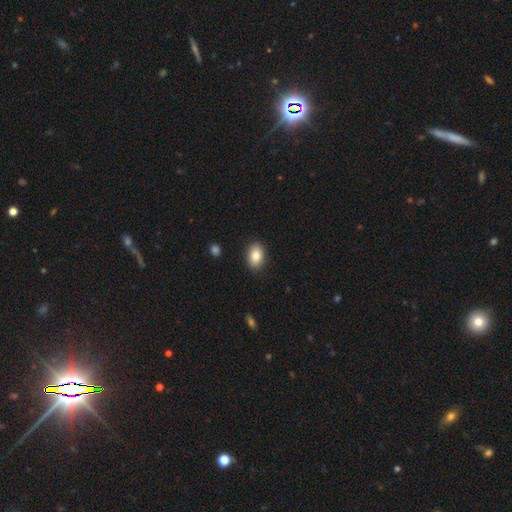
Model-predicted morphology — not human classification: smooth-or-featured: smooth: 84% | featured or disk: 8% | star or artifact: 8%
  how-rounded: in between: 85% | round: 14% | cigar-shaped: 1%
  merging: none: 89% | minor disturbance: 8% | major disturbance: 2% | merger: 1%